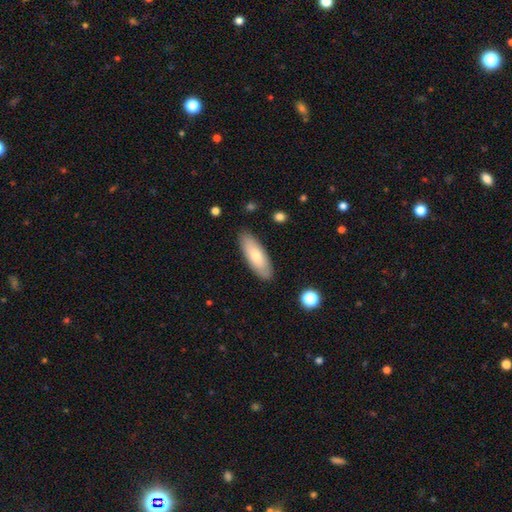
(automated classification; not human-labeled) Smooth or featured: smooth — 71% (featured or disk — 24%)
How rounded: in between — 69% (cigar-shaped — 30%)
Merging: none — 87% (minor disturbance — 10%)